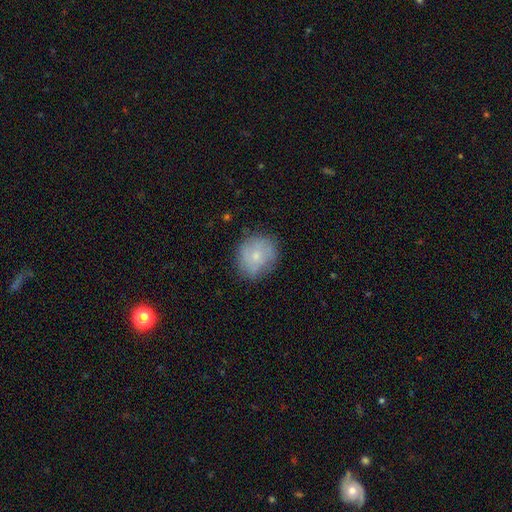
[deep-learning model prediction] Smooth or featured?
  - smooth: 67% *
  - featured or disk: 25%
  - star or artifact: 8%
How rounded?
  - round: 79% *
  - in between: 20%
  - cigar-shaped: 1%
Merging?
  - none: 74% *
  - minor disturbance: 19%
  - major disturbance: 5%
  - merger: 1%